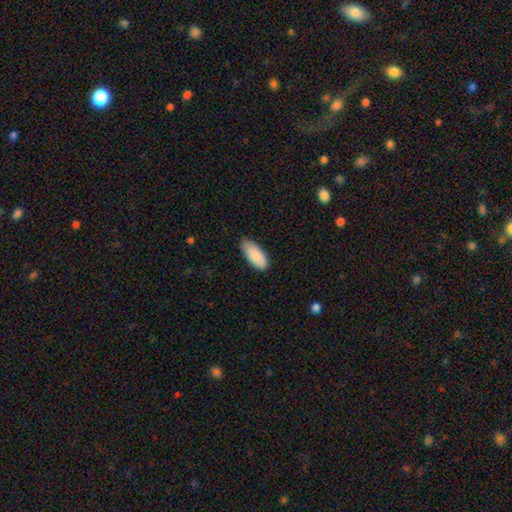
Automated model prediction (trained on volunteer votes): Smooth or featured: smooth — 88% (featured or disk — 6%)
How rounded: in between — 88% (cigar-shaped — 10%)
Merging: none — 77% (minor disturbance — 20%)